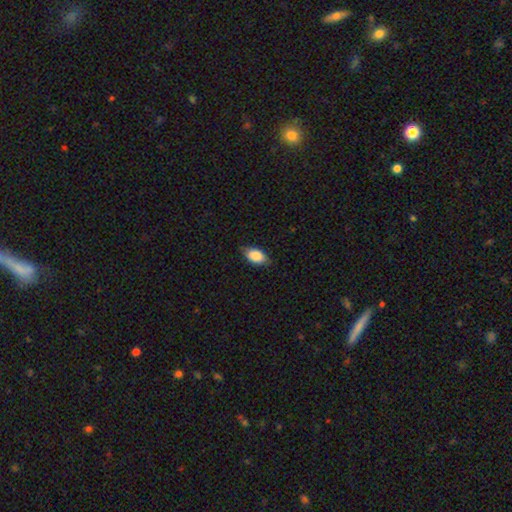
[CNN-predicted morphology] This is clearly a smooth galaxy (85%). How rounded: clearly in between (90%). Merging: clearly none (80%).